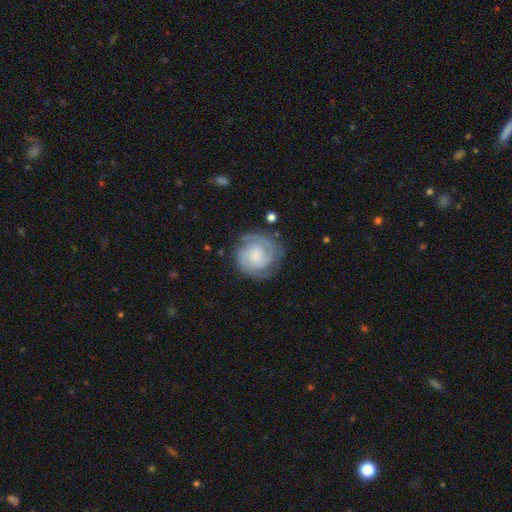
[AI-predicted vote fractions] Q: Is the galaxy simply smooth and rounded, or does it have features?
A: featured or disk — 78%.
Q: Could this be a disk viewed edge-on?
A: no — 98%.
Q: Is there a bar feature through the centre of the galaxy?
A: no — 65%.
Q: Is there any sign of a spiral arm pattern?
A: yes — 96%.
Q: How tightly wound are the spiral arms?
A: tight — 63%.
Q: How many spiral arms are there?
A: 2 — 53%.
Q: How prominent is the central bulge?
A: small — 56%.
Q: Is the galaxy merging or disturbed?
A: none — 75%.